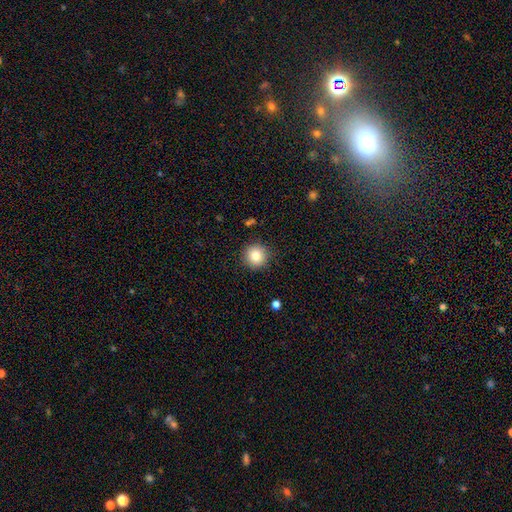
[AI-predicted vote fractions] Smooth or featured? smooth (83%)
How rounded? round (95%)
Merging? none (89%)